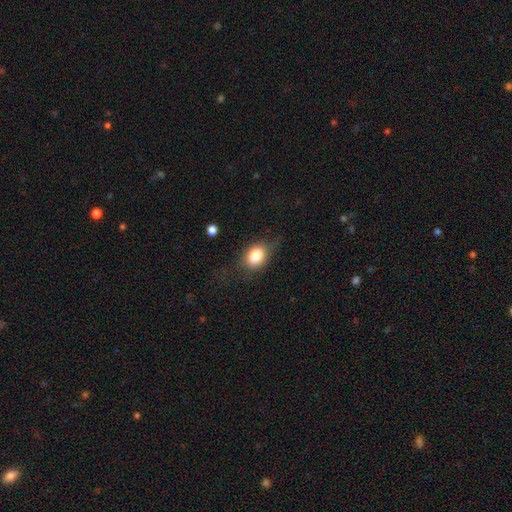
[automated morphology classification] smooth 78%, featured or disk 14%, star or artifact 8%. Down the decision tree: how rounded — in between (68%); merging — none (60%).